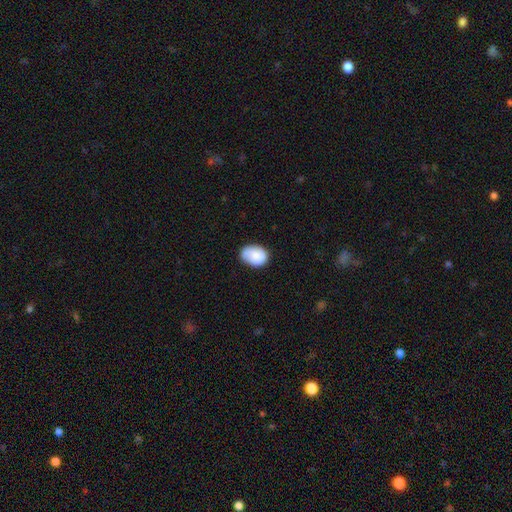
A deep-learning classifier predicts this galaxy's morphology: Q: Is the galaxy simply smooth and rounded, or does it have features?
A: smooth — 80%.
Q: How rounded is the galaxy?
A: in between — 67%.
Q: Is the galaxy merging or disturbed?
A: none — 69%.